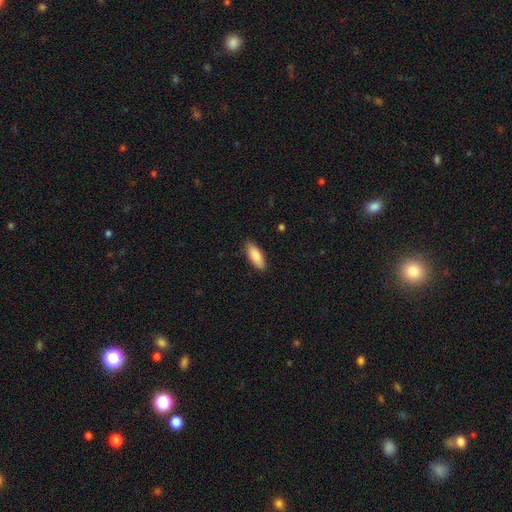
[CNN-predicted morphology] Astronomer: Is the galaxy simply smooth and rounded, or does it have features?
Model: smooth — 85%.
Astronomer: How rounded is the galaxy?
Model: in between — 73%.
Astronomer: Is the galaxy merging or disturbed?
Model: none — 86%.